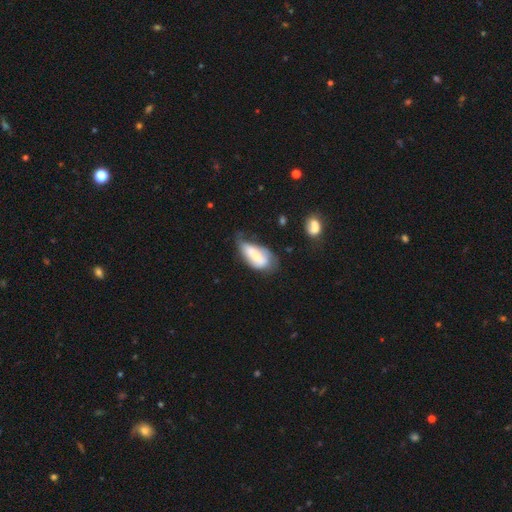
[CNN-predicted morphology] Overall: smooth (59%; featured or disk 34%). How rounded: in between (88%). Merging: minor disturbance (37%; none 28%).